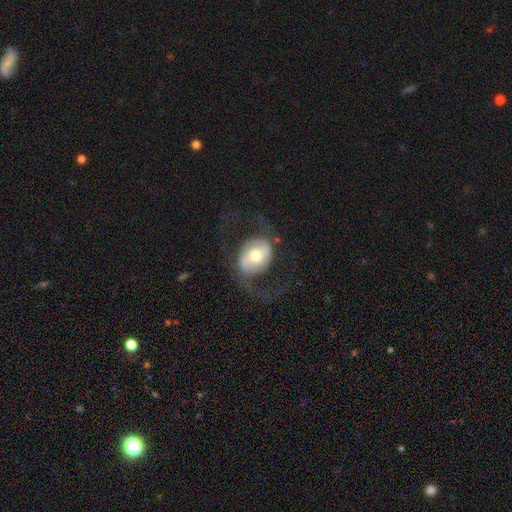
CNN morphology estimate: smooth-or-featured: featured or disk: 74% | smooth: 21% | star or artifact: 6%
  disk-edge-on: no: 96% | yes: 4%
    bar: no: 35% (tied) | weak: 35% (tied) | strong: 30%
    has-spiral-arms: yes: 83% | no: 17%
      spiral-winding: loose: 58% | medium: 34% | tight: 8%
      spiral-arm-count: 2: 88% | 1: 5% | can't tell: 4% | 3: 1% | 4: 1% | more than 4: 1%
    bulge-size: moderate: 67% | small: 19% | large: 10% | dominant: 2% | none: 1%
  merging: none: 62% | major disturbance: 23% | minor disturbance: 13% | merger: 2%